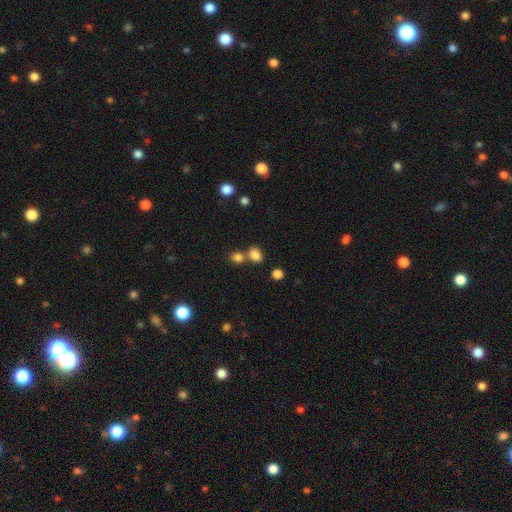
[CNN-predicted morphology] This appears to be a smooth galaxy with no disk features (82%) that is in between round and cigar-shaped (70%). Merging: none (50%).